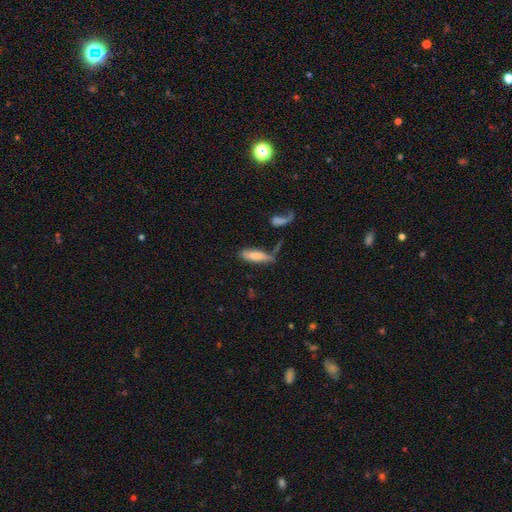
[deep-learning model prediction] The model was most divided on "how rounded": cigar-shaped: 51%, in between: 47%, round: 2%. Remaining: smooth or featured — smooth (75%); merging — none (49%).